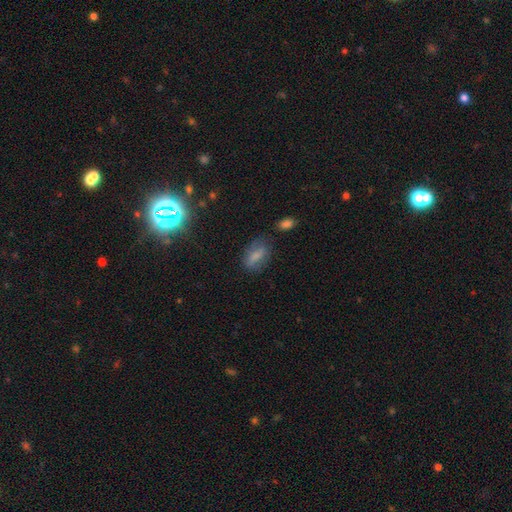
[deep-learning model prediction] smooth_or_featured: smooth (p=0.71) [alt: featured or disk p=0.17]
how_rounded: in between (p=0.78) [alt: cigar-shaped p=0.15]
merging: none (p=0.62) [alt: minor disturbance p=0.24]